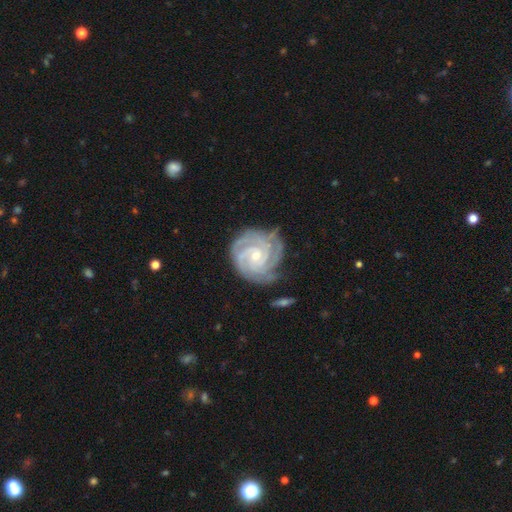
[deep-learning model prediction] Smooth or featured: featured or disk — 91% (smooth — 5%)
Edge-on disk: no — 98% (yes — 2%)
Bar: no — 64% (weak — 29%)
Spiral arms: yes — 98% (no — 2%)
Spiral winding: tight — 79% (medium — 18%)
Spiral arm count: 3 — 34% (4 — 26%)
Bulge size: small — 66% (moderate — 31%)
Merging: none — 73% (minor disturbance — 19%)